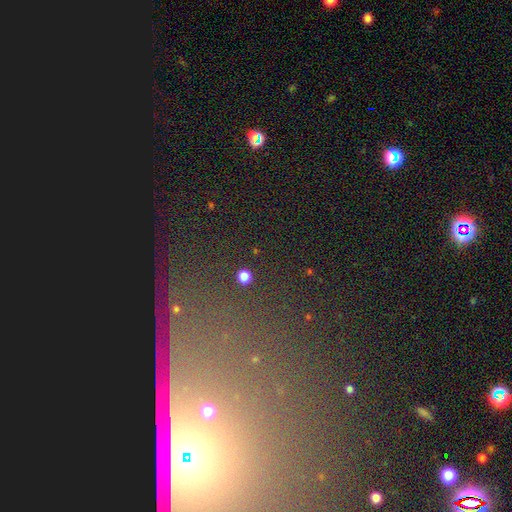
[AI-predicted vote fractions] Smooth or featured: star or artifact — 69% (smooth — 18%)